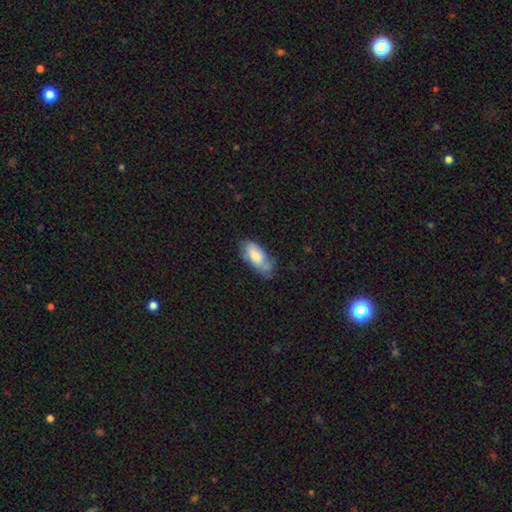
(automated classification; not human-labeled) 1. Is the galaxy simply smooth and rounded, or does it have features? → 74% smooth, 20% featured or disk, 7% star or artifact.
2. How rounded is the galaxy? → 88% in between, 9% cigar-shaped, 2% round.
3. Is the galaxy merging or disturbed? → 49% none, 35% minor disturbance, 12% major disturbance, 4% merger.